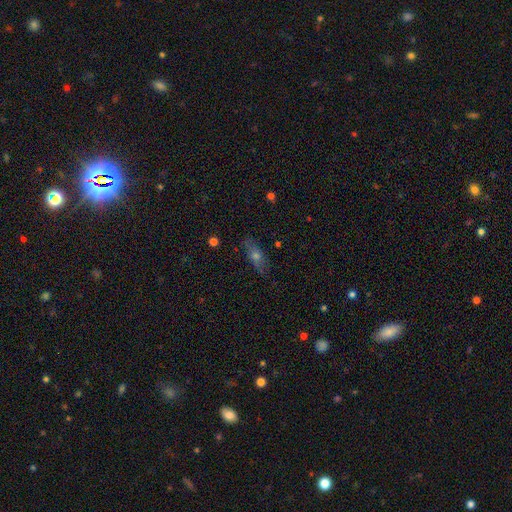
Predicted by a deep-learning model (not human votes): featured or disk 42%, smooth 41%, star or artifact 16%. Down the decision tree: merging — none (79%).